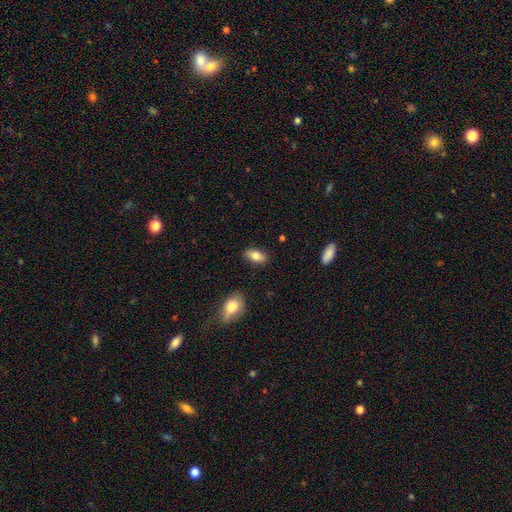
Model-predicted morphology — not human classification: Smooth or featured?
  - smooth: 81% *
  - featured or disk: 12%
  - star or artifact: 7%
How rounded?
  - in between: 88% *
  - cigar-shaped: 8%
  - round: 4%
Merging?
  - none: 87% *
  - minor disturbance: 9%
  - major disturbance: 2%
  - merger: 2%